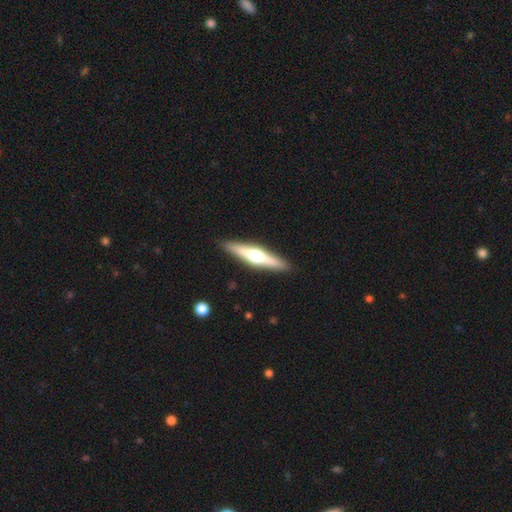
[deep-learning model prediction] featured or disk 62%, smooth 33%, star or artifact 5%. Down the decision tree: edge-on disk — yes (96%); edge-on bulge — rounded (94%); merging — none (91%).